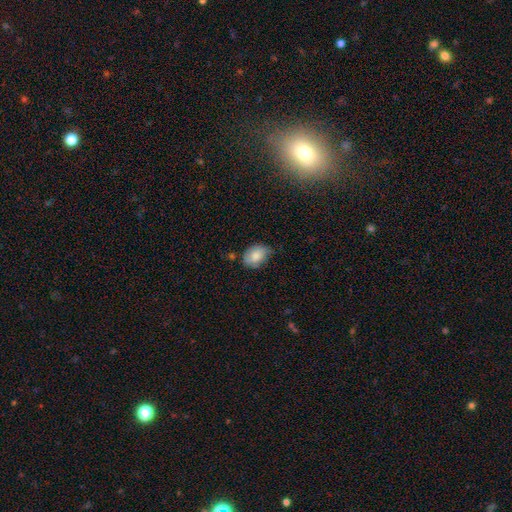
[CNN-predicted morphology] The model was most divided on "merging": none: 53%, minor disturbance: 37%, major disturbance: 7%, merger: 3%. More confident: smooth or featured — smooth (79%); how rounded — in between (74%).